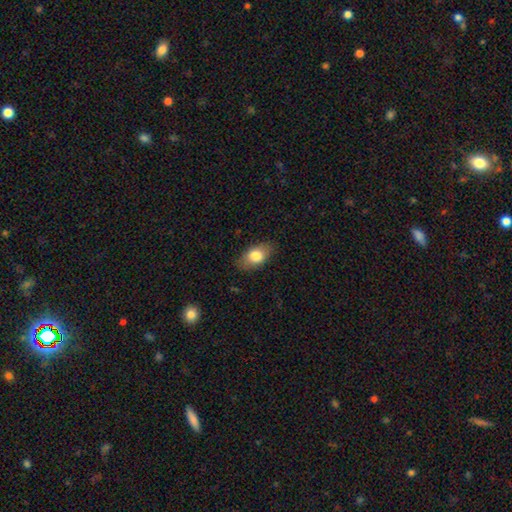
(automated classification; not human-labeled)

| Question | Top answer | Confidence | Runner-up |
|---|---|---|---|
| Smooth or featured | smooth | 78% | featured or disk (15%) |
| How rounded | in between | 88% | round (9%) |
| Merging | none | 82% | minor disturbance (13%) |